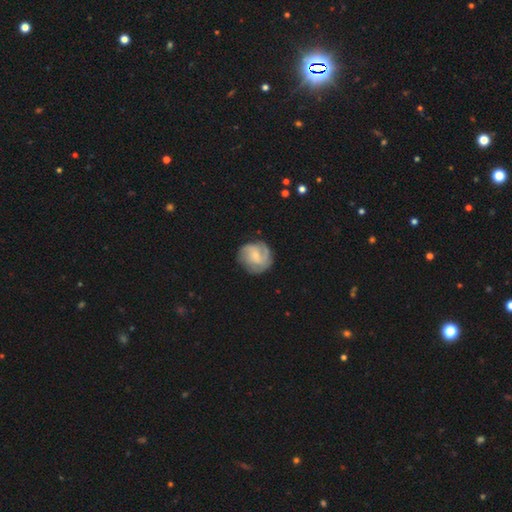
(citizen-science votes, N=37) Morphology: type=featured or disk (70%); edge-on=no (100%); bar=no (62%); spiral arms=yes (100%); winding=tight (58%); arm count=can't tell (50%); bulge=small (69%); merging=none (74%).